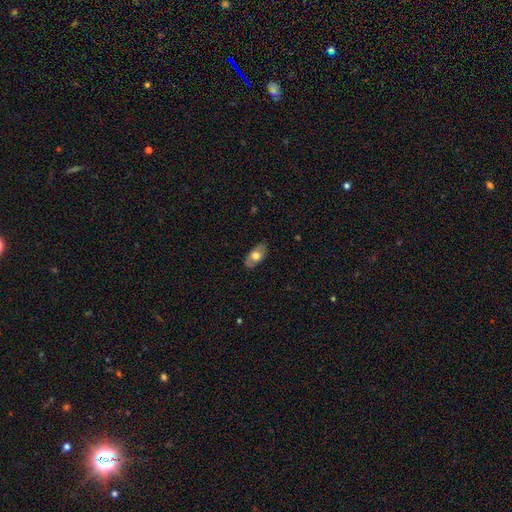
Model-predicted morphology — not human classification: Smooth or featured? Predicted: smooth (p=0.65). How rounded? Predicted: in between (p=0.90). Merging? Predicted: none (p=0.82).